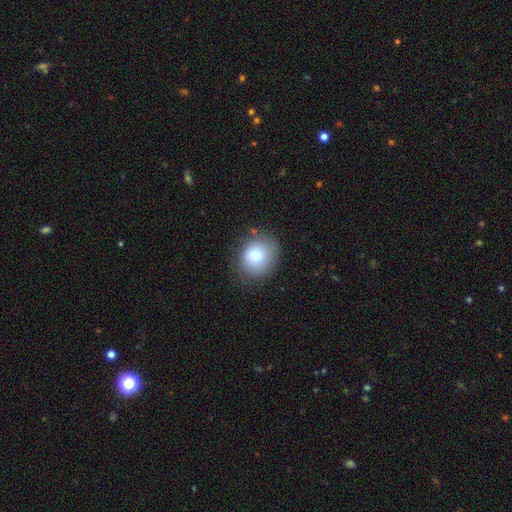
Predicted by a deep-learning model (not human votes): smooth 84%, star or artifact 8%, featured or disk 8%. Down the decision tree: how rounded — round (70%); merging — none (75%).